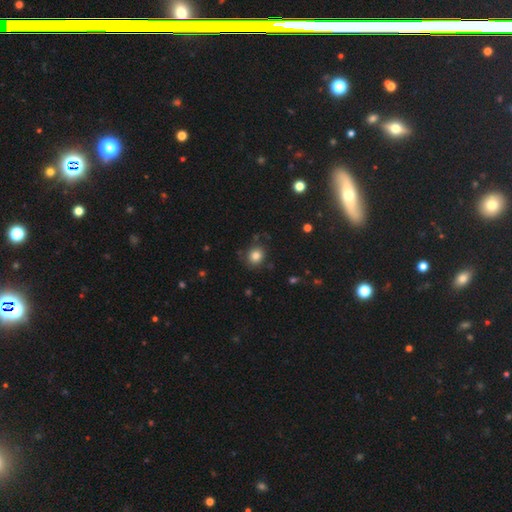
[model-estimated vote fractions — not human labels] Smooth or featured: smooth — 82% (star or artifact — 12%)
How rounded: round — 81% (in between — 18%)
Merging: none — 82% (minor disturbance — 12%)